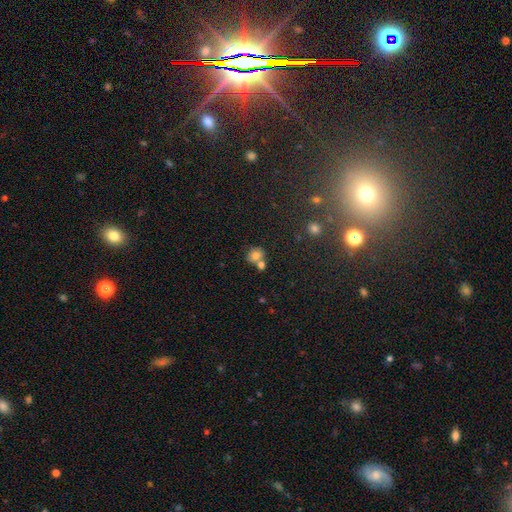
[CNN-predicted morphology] type=smooth (76%); roundness=round (70%); merging=none (53%).